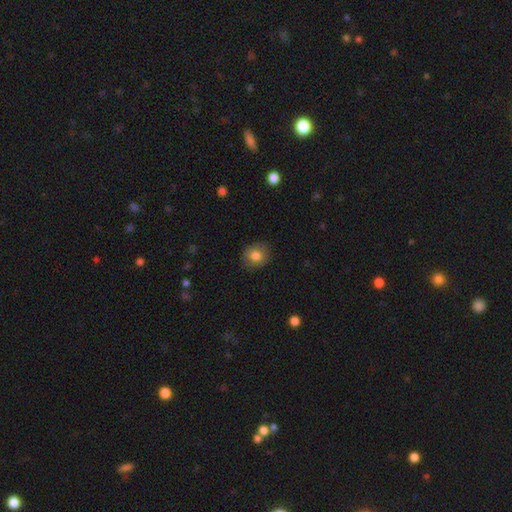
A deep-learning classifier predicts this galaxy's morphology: This appears to be a smooth galaxy with no disk features (80%) that is round (79%). Merging: none (85%).